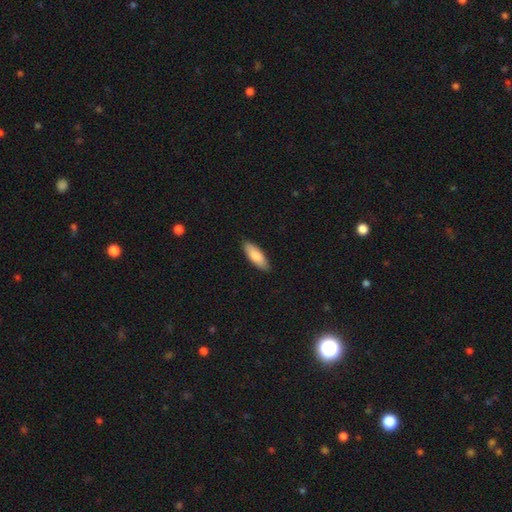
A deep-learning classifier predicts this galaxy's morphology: This is clearly a smooth galaxy (83%). How rounded: likely in between (63%). Merging: clearly none (89%).